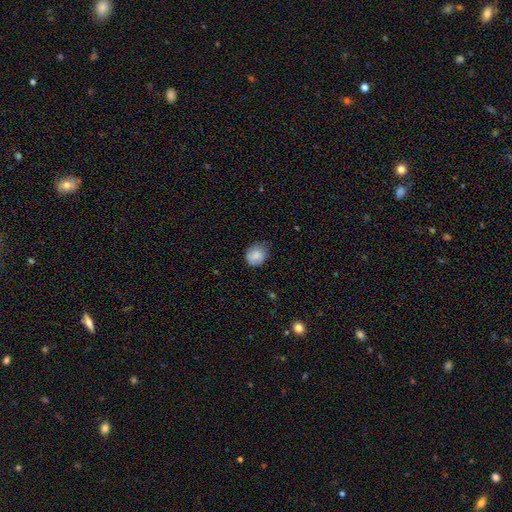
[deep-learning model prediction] smooth-or-featured: smooth: 84% | featured or disk: 9% | star or artifact: 7%
  how-rounded: round: 70% | in between: 29% | cigar-shaped: 1%
  merging: none: 63% | minor disturbance: 30% | major disturbance: 6% | merger: 1%